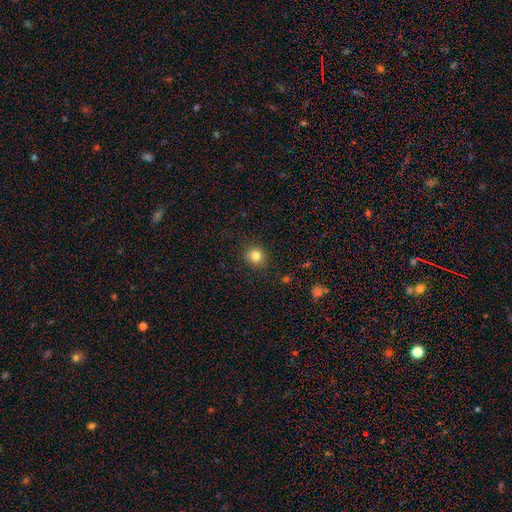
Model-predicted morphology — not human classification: The model was most divided on "smooth or featured": smooth: 82%, star or artifact: 12%, featured or disk: 6%. More confident: merging — none (87%); how rounded — round (87%).